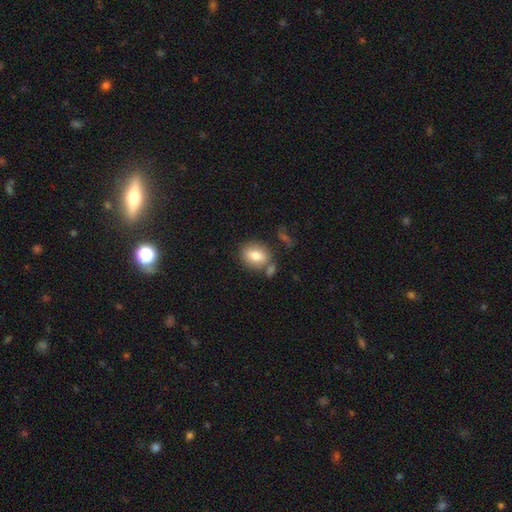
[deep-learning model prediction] Smooth or featured? Predicted: smooth (p=0.78). How rounded? Predicted: in between (p=0.55). Merging? Predicted: none (p=0.66).